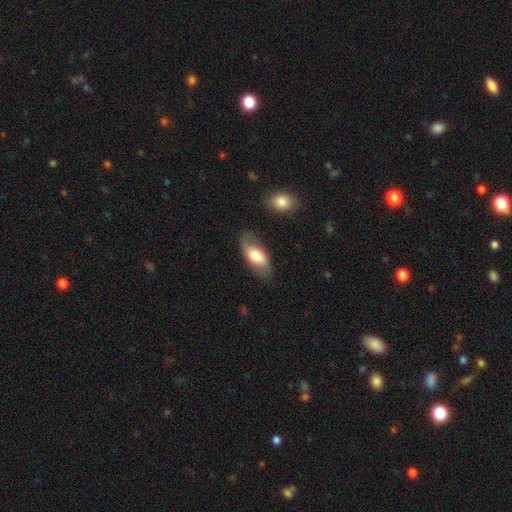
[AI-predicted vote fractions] Smooth or featured?
  - smooth: 62% *
  - featured or disk: 32%
  - star or artifact: 6%
How rounded?
  - in between: 88% *
  - cigar-shaped: 9%
  - round: 3%
Merging?
  - none: 71% *
  - minor disturbance: 20%
  - major disturbance: 7%
  - merger: 2%